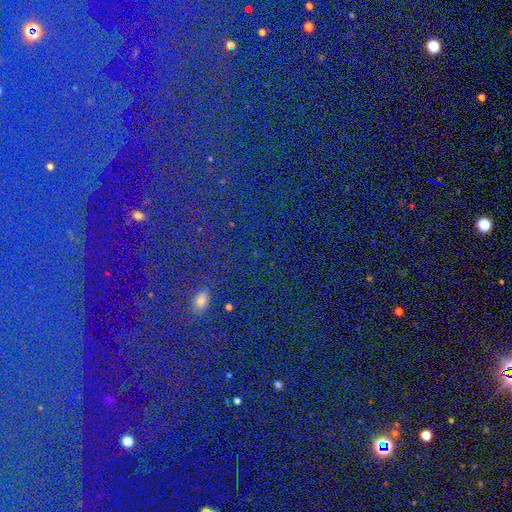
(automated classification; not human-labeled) A star or artifact, not a galaxy (82%).